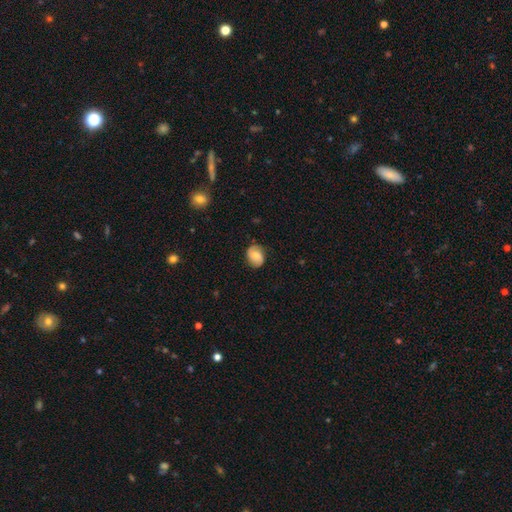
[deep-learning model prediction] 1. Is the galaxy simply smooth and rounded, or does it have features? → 48% smooth, 43% featured or disk, 8% star or artifact.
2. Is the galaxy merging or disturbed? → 80% none, 15% minor disturbance, 4% major disturbance, 1% merger.